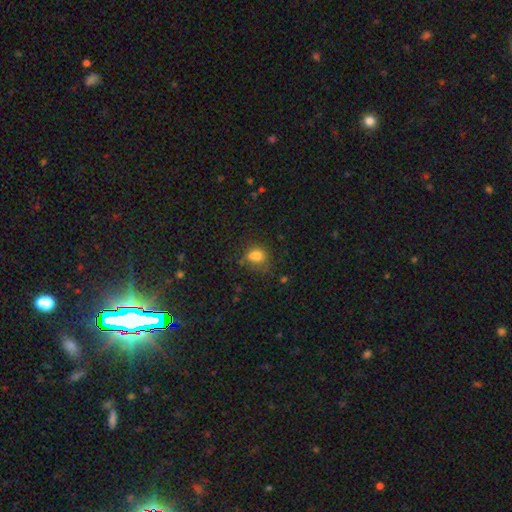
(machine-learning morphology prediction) Q: Smooth or featured?
A: smooth (79%); runner-up: star or artifact (13%)
Q: How rounded?
A: in between (64%); runner-up: round (34%)
Q: Merging?
A: none (56%); runner-up: minor disturbance (26%)